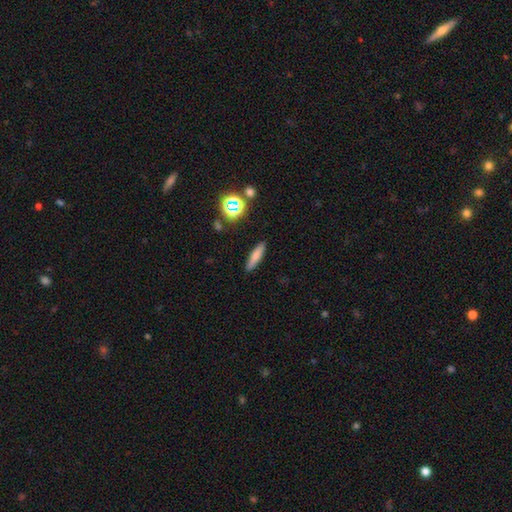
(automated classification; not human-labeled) Smooth or featured?
  - smooth: 74% *
  - featured or disk: 15%
  - star or artifact: 11%
How rounded?
  - cigar-shaped: 79% *
  - in between: 18%
  - round: 3%
Merging?
  - none: 88% *
  - minor disturbance: 8%
  - major disturbance: 2%
  - merger: 2%